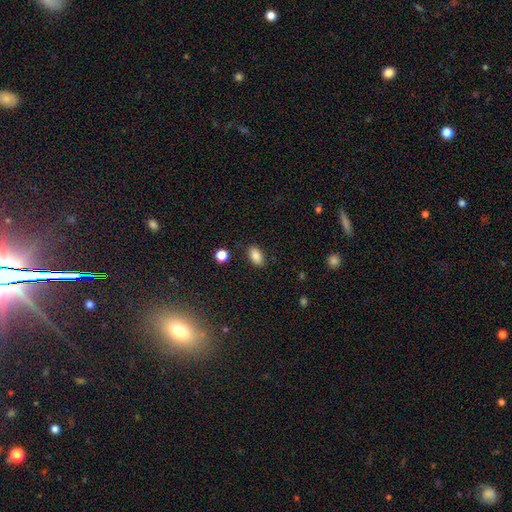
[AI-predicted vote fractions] A smooth galaxy with no disk features (85%) that is in between round and cigar-shaped (91%). Merging: none (85%).